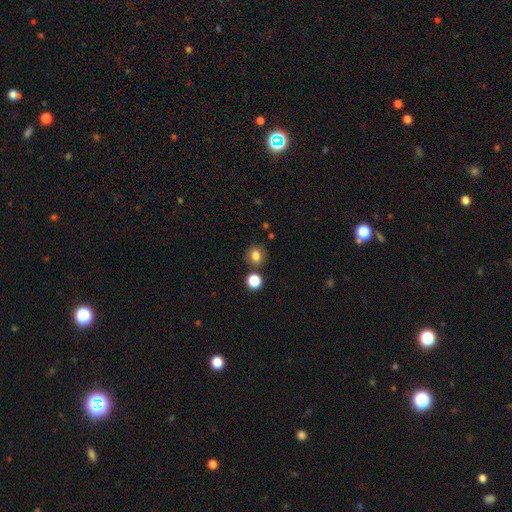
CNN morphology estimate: The model was most divided on "how rounded": round: 80%, in between: 19%, cigar-shaped: 1%. More confident: smooth or featured — smooth (81%); merging — none (79%).